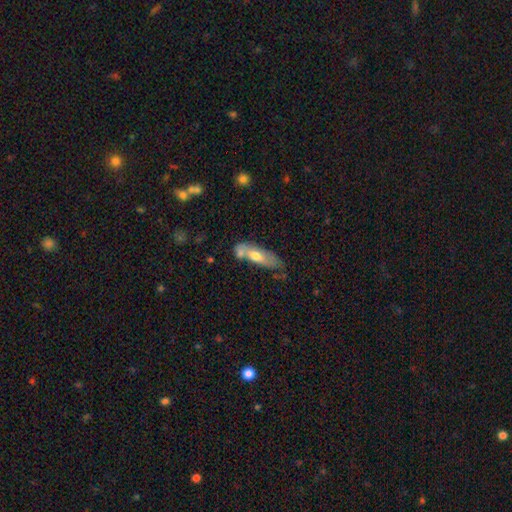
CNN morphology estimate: Smooth or featured? Predicted: smooth (p=0.59). How rounded? Predicted: in between (p=0.53). Merging? Predicted: none (p=0.41).